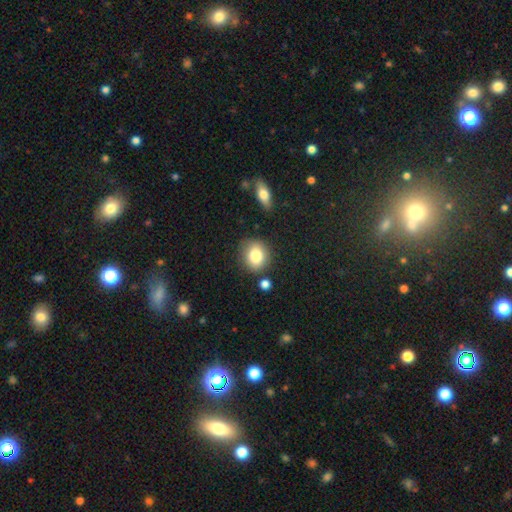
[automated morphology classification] Smooth or featured: smooth — 82% (star or artifact — 9%)
How rounded: round — 70% (in between — 29%)
Merging: none — 77% (minor disturbance — 14%)